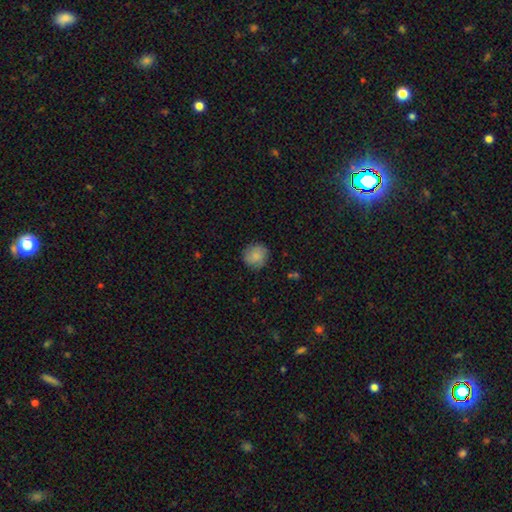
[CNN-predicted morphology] smooth 84%, featured or disk 9%, star or artifact 8%. Down the decision tree: how rounded — round (89%); merging — none (84%).